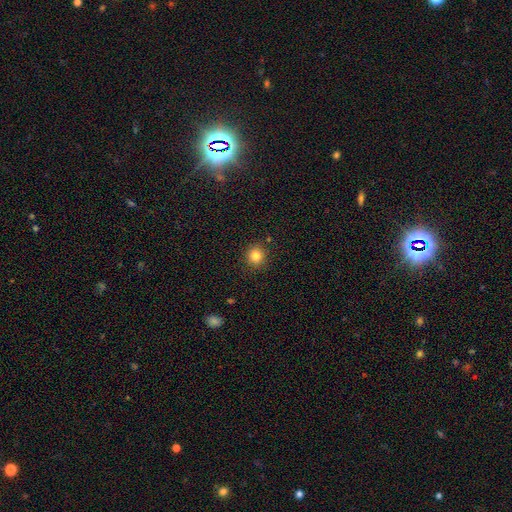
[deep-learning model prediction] Smooth or featured? Predicted: smooth (p=0.82). How rounded? Predicted: round (p=0.89). Merging? Predicted: none (p=0.89).